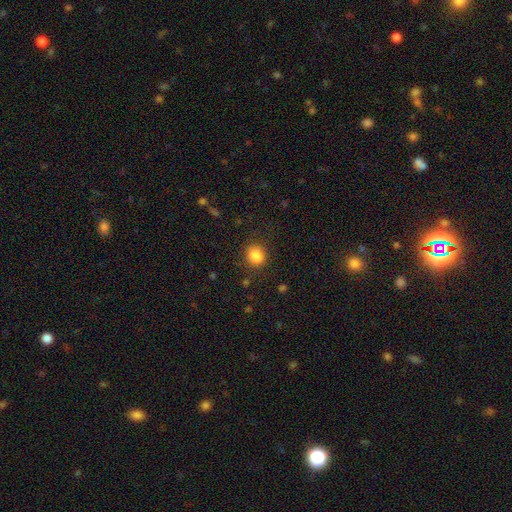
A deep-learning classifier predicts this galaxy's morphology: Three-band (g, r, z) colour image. It shows a smooth galaxy with no disk features (86%) that is round (70%). Merging: none (81%).